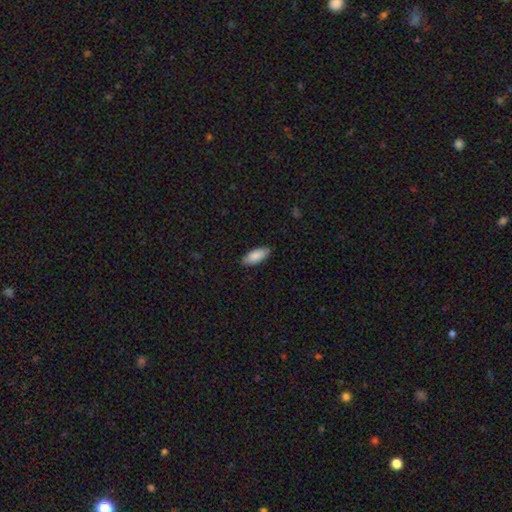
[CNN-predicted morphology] Smooth or featured? Predicted: smooth (p=0.88). How rounded? Predicted: in between (p=0.84). Merging? Predicted: none (p=0.85).